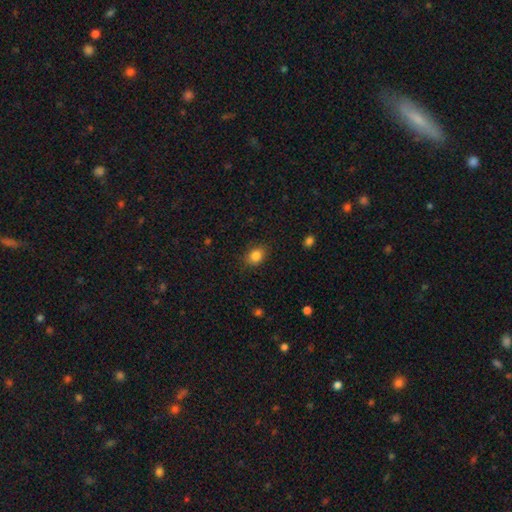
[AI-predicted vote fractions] Morphology: type=smooth (85%); roundness=in between (56%); merging=none (85%).